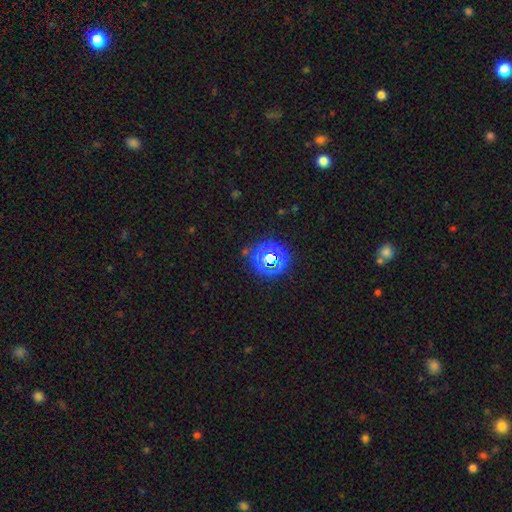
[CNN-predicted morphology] Q: Smooth or featured?
A: smooth (55%); runner-up: star or artifact (36%)
Q: How rounded?
A: round (85%); runner-up: in between (14%)
Q: Merging?
A: none (87%); runner-up: minor disturbance (7%)